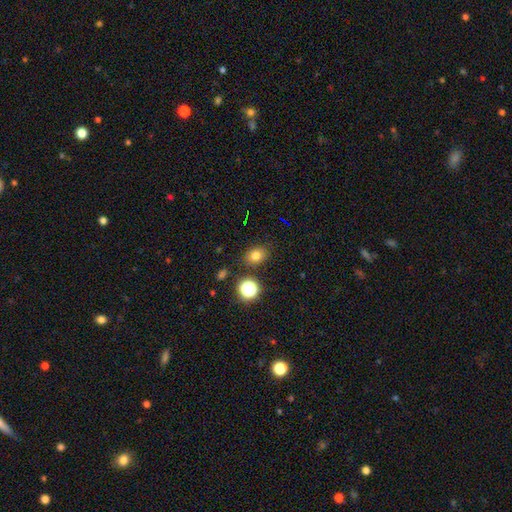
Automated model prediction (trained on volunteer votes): Morphology: type=smooth (75%); roundness=in between (56%); merging=none (83%).